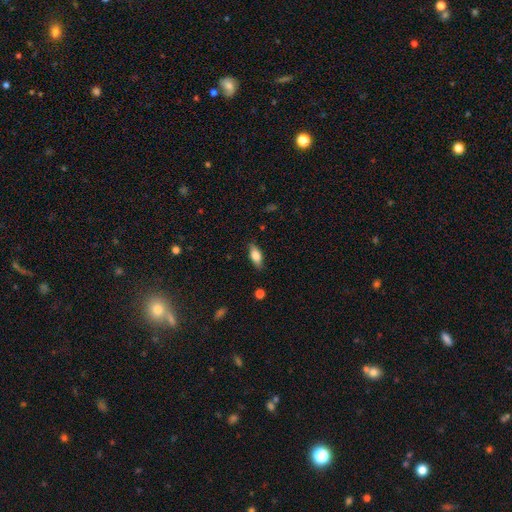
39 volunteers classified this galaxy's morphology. Smooth or featured: smooth — 72% (featured or disk — 18%)
How rounded: in between — 75% (cigar-shaped — 21%)
Merging: none — 94% (minor disturbance — 6%)